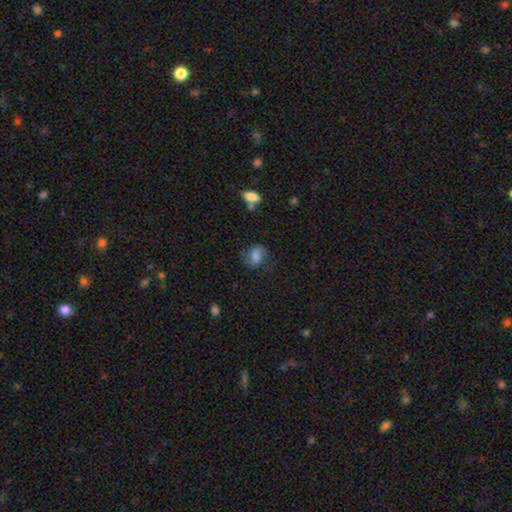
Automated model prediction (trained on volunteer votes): Smooth or featured: smooth — 67% (featured or disk — 23%)
How rounded: in between — 67% (round — 31%)
Merging: none — 62% (minor disturbance — 23%)